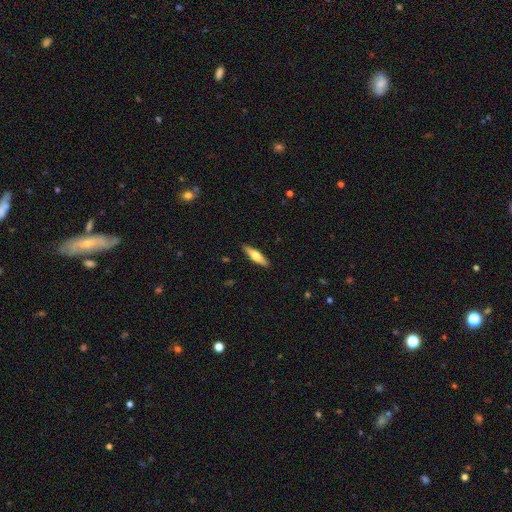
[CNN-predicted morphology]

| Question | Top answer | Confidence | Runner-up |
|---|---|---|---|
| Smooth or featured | smooth | 60% | featured or disk (35%) |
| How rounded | cigar-shaped | 65% | in between (33%) |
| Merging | none | 90% | minor disturbance (7%) |